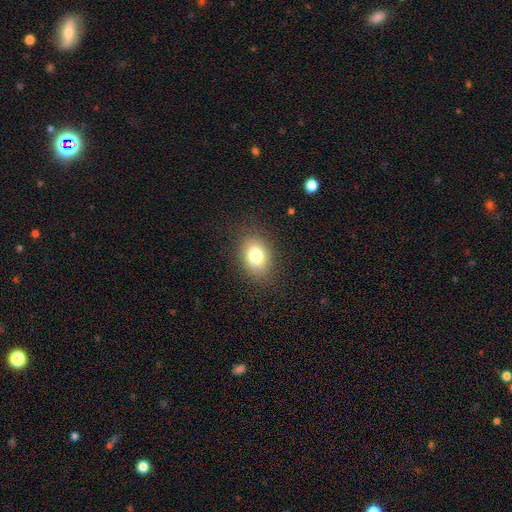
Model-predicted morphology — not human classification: This is likely a smooth galaxy (79%). How rounded: likely in between (70%). Merging: clearly none (84%).